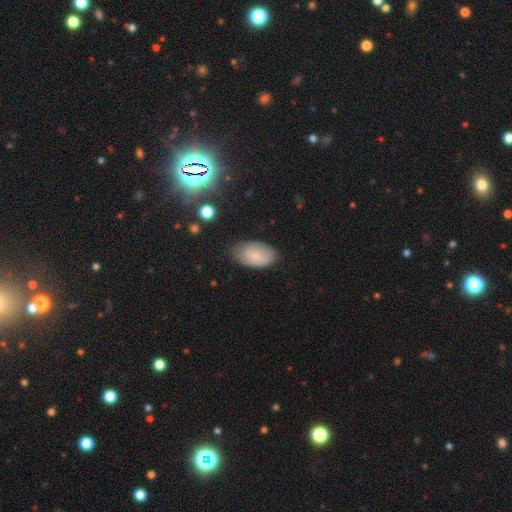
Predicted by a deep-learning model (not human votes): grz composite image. It shows a smooth galaxy with no disk features (75%) that is in between round and cigar-shaped (93%). Merging: none (71%).